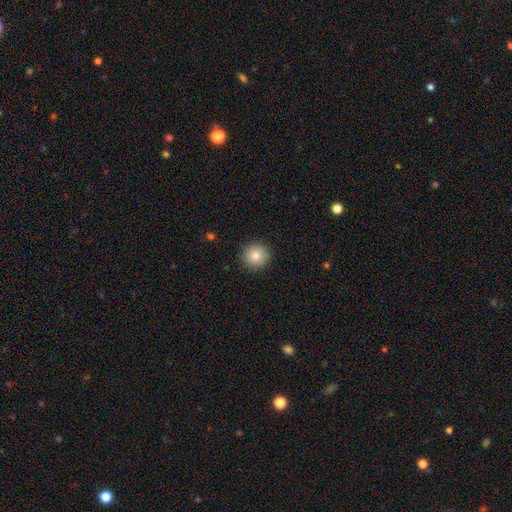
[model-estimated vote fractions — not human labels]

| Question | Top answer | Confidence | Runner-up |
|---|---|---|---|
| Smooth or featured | smooth | 83% | star or artifact (9%) |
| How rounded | round | 94% | in between (5%) |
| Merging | none | 91% | minor disturbance (7%) |